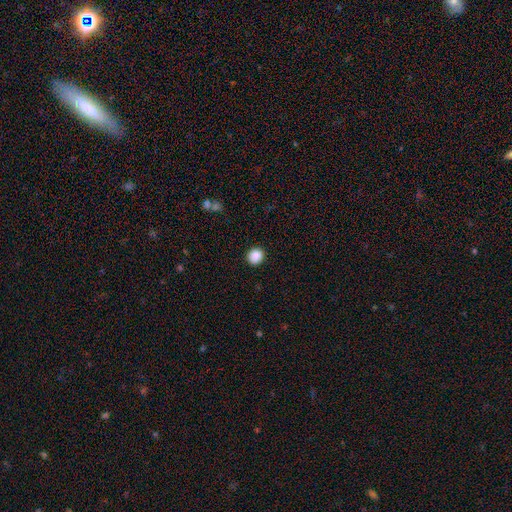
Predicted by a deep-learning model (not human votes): The model was most divided on "how rounded": round: 85%, in between: 14%, cigar-shaped: 1%. More confident: merging — none (91%); smooth or featured — smooth (88%).